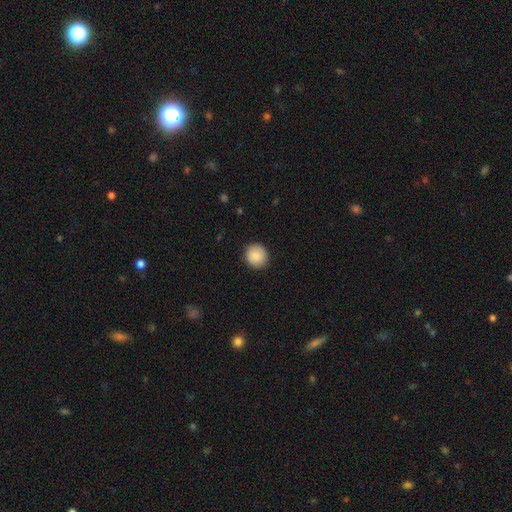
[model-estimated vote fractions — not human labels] Smooth or featured? Predicted: smooth (p=0.88). How rounded? Predicted: round (p=0.91). Merging? Predicted: none (p=0.90).